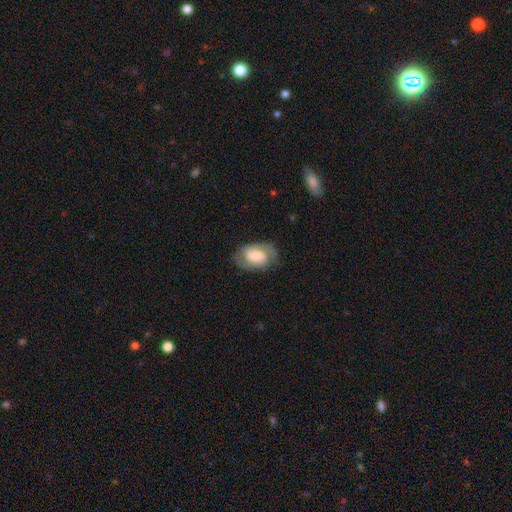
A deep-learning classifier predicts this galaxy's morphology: smooth_or_featured: featured or disk (p=0.64) [alt: smooth p=0.30]
disk_edge_on: no (p=0.96) [alt: yes p=0.04]
bar: weak (p=0.47) [alt: no p=0.30]
has_spiral_arms: yes (p=0.87) [alt: no p=0.13]
spiral_winding: medium (p=0.44) [alt: tight p=0.40]
spiral_arm_count: 2 (p=0.80) [alt: can't tell p=0.11]
bulge_size: moderate (p=0.33) [alt: large p=0.30]
merging: none (p=0.73) [alt: minor disturbance p=0.18]